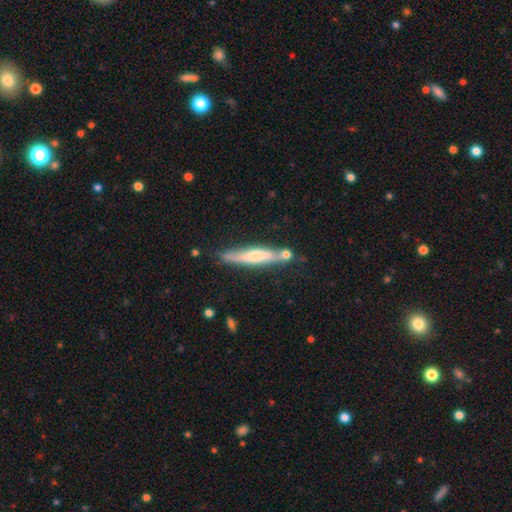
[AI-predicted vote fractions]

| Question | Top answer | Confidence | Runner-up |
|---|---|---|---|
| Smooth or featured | featured or disk | 51% | smooth (43%) |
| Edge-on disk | yes | 85% | no (15%) |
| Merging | none | 67% | minor disturbance (18%) |